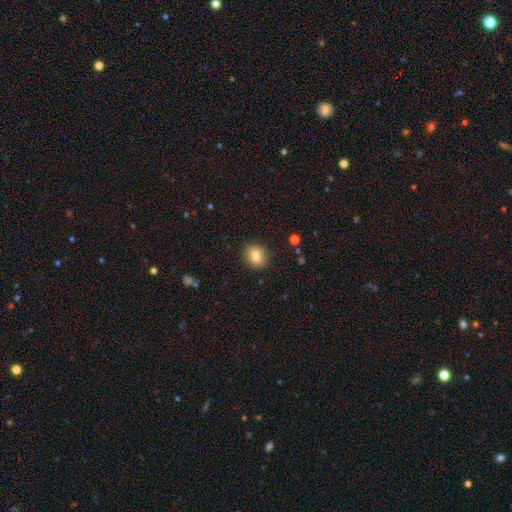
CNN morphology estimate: Overall: smooth (81%). How rounded: round (65%; in between 34%). Merging: none (88%).